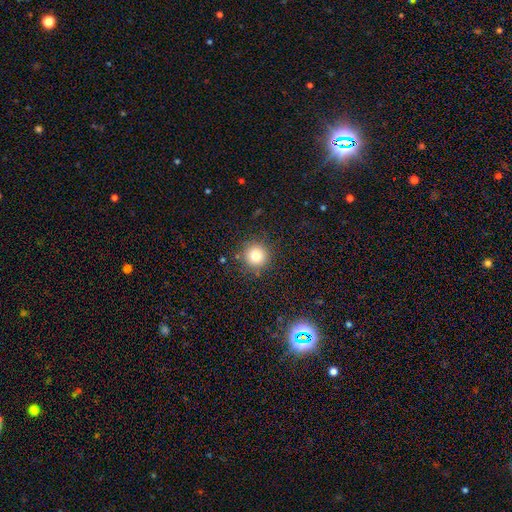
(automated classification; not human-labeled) Smooth or featured?
  - smooth: 78% *
  - star or artifact: 14%
  - featured or disk: 8%
How rounded?
  - round: 95% *
  - in between: 4%
  - cigar-shaped: 1%
Merging?
  - none: 87% *
  - minor disturbance: 8%
  - major disturbance: 3%
  - merger: 2%